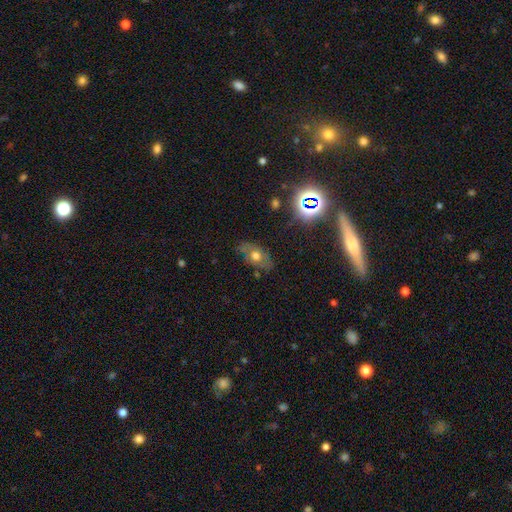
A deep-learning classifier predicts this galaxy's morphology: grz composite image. It shows a featured or disk galaxy (40%). Merging: none (70%).